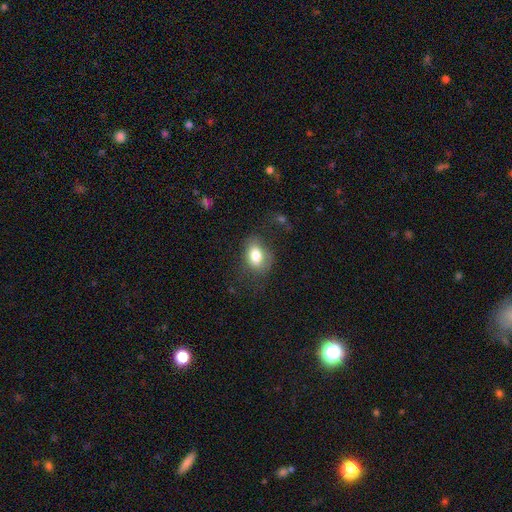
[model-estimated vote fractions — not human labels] Morphology: type=smooth (78%); roundness=in between (75%); merging=none (64%).